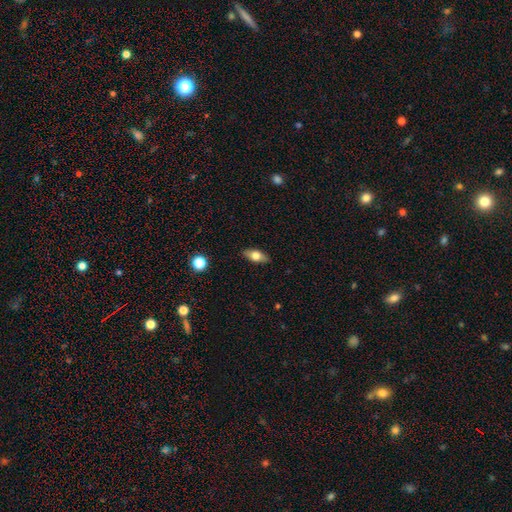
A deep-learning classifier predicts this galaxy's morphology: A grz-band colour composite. It shows a smooth galaxy with no disk features (66%) that is in between round and cigar-shaped (81%). Merging: none (87%).